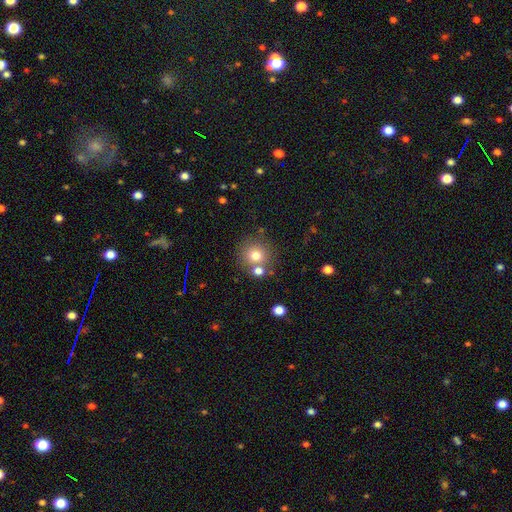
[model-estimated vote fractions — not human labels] smooth_or_featured: smooth (p=0.76) [alt: star or artifact p=0.13]
how_rounded: round (p=0.89) [alt: in between p=0.10]
merging: none (p=0.71) [alt: merger p=0.16]